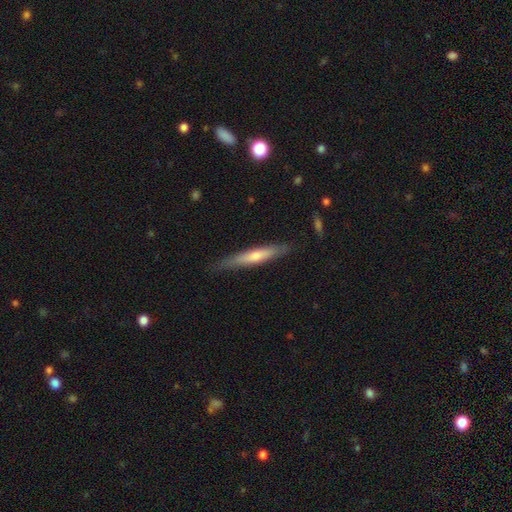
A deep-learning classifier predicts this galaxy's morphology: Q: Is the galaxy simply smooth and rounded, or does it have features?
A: featured or disk — 56%.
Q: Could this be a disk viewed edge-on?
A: yes — 93%.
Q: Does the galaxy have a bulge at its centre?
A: rounded — 65%.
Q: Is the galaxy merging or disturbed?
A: none — 85%.